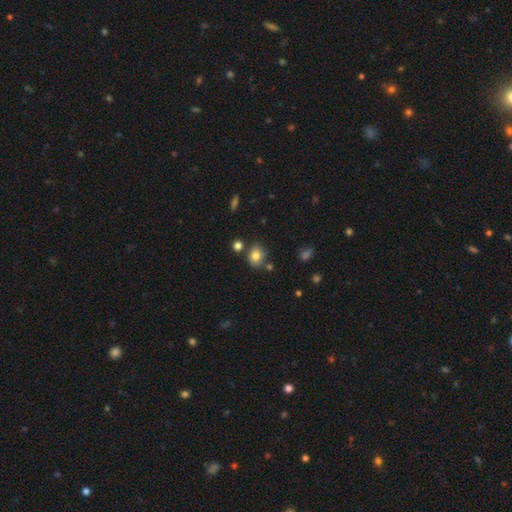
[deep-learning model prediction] Smooth or featured?
  - smooth: 79% *
  - star or artifact: 12%
  - featured or disk: 10%
How rounded?
  - round: 60% *
  - in between: 39%
  - cigar-shaped: 1%
Merging?
  - none: 74% *
  - minor disturbance: 13%
  - merger: 10%
  - major disturbance: 3%